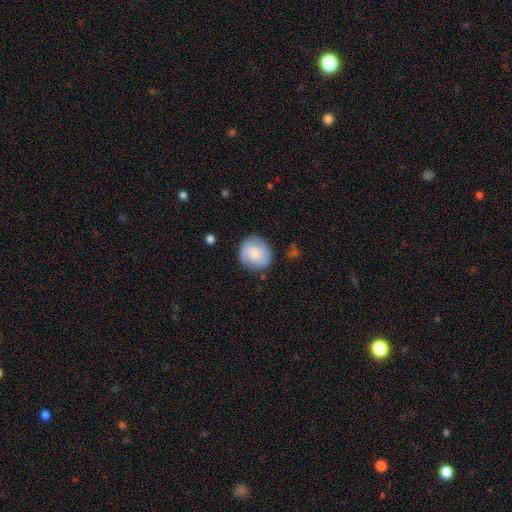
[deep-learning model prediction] The model was most divided on "smooth or featured": smooth: 58%, featured or disk: 35%, star or artifact: 7%. More confident: how rounded — round (80%); merging — none (78%).